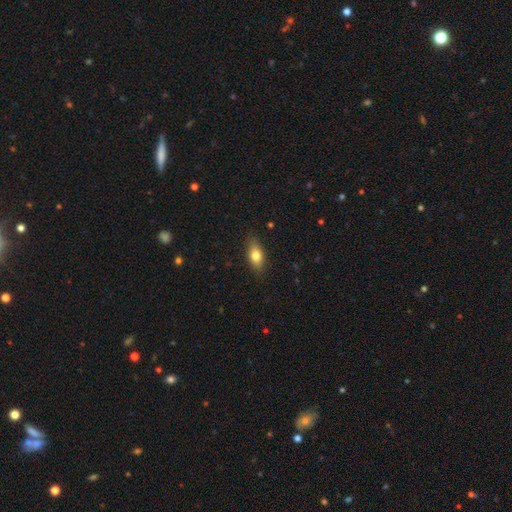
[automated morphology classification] smooth-or-featured: smooth: 75% | featured or disk: 17% | star or artifact: 7%
  how-rounded: in between: 81% | cigar-shaped: 13% | round: 7%
  merging: none: 84% | minor disturbance: 12% | major disturbance: 3% | merger: 1%